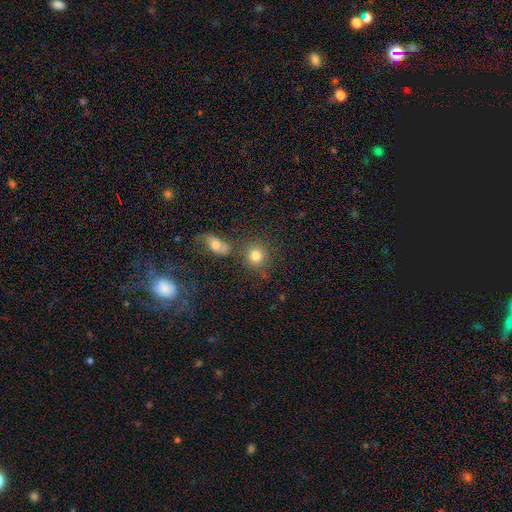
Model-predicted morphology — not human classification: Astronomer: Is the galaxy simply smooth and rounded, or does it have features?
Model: smooth — 79%.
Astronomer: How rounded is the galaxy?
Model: round — 85%.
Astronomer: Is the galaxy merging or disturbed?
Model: none — 70%.